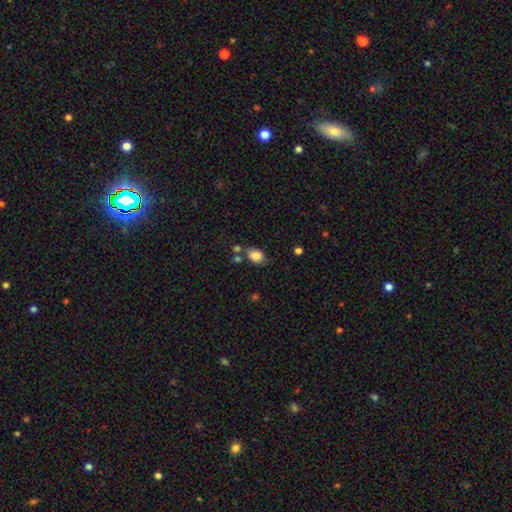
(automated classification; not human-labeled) Smooth or featured: smooth — 84% (star or artifact — 9%)
How rounded: in between — 72% (round — 27%)
Merging: none — 59% (minor disturbance — 19%)